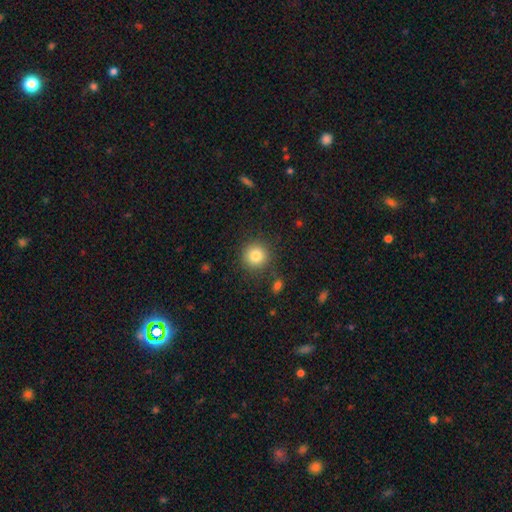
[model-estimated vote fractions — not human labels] smooth-or-featured: smooth: 83% | star or artifact: 10% | featured or disk: 7%
  how-rounded: round: 94% | in between: 5% | cigar-shaped: 1%
  merging: none: 87% | minor disturbance: 8% | major disturbance: 3% | merger: 2%